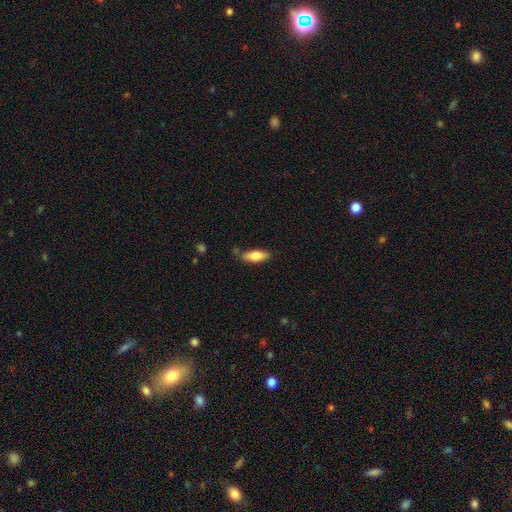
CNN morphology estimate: smooth-or-featured: smooth: 78% | featured or disk: 16% | star or artifact: 6%
  how-rounded: in between: 70% | cigar-shaped: 28% | round: 2%
  merging: none: 75% | minor disturbance: 17% | merger: 4% | major disturbance: 3%